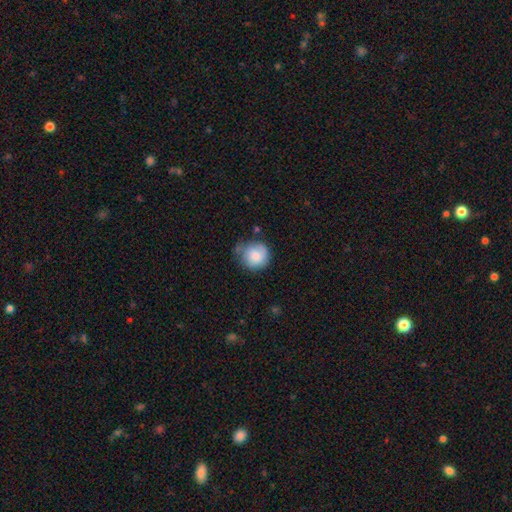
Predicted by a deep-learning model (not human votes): A smooth galaxy with no disk features (82%) that is round (87%).

Vote fractions:
- Smooth or featured? smooth: 82% / featured or disk: 11% / star or artifact: 7%
- How rounded? round: 87% / in between: 12% / cigar-shaped: 1%
- Merging? none: 54% / minor disturbance: 33% / major disturbance: 9% / merger: 4%